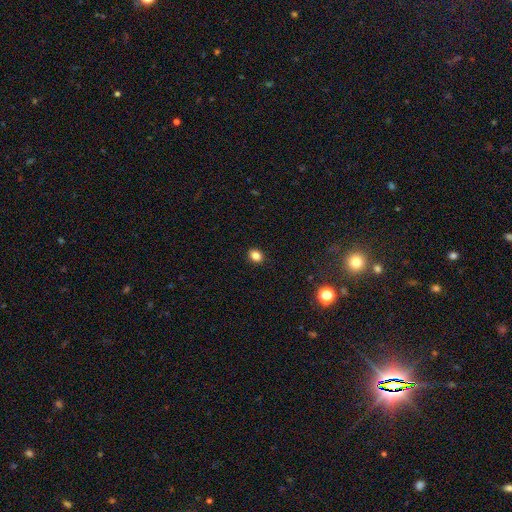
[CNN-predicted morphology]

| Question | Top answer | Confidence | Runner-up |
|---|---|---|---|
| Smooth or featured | smooth | 84% | star or artifact (12%) |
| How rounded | round | 52% | in between (47%) |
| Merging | none | 91% | minor disturbance (7%) |